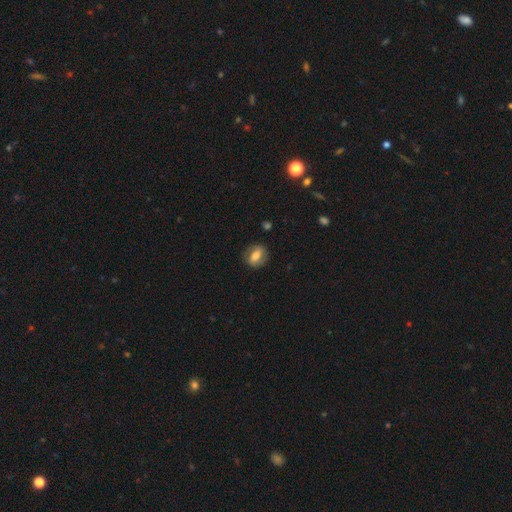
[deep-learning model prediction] This appears to be a smooth galaxy with no disk features (62%) that is in between round and cigar-shaped (66%). Merging: none (79%).